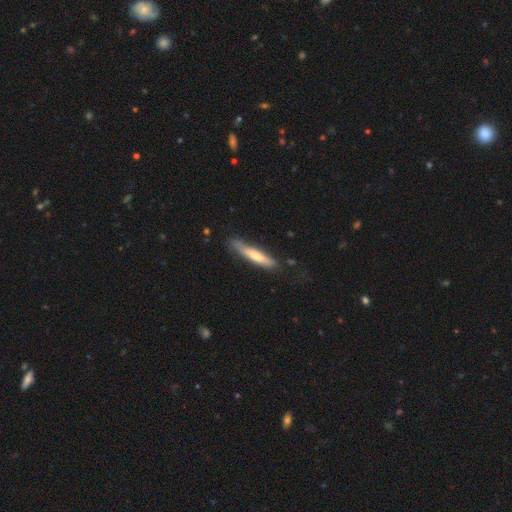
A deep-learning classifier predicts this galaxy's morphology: smooth 50%, featured or disk 44%, star or artifact 6%. Down the decision tree: merging — none (68%).